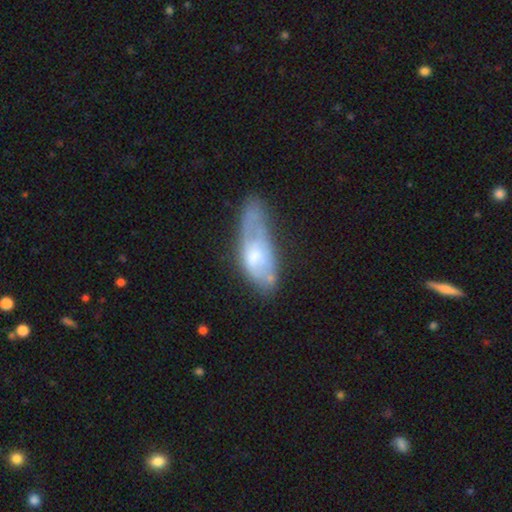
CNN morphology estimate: smooth_or_featured: featured or disk (p=0.50) [alt: smooth p=0.43]
merging: none (p=0.34) [alt: minor disturbance p=0.31]